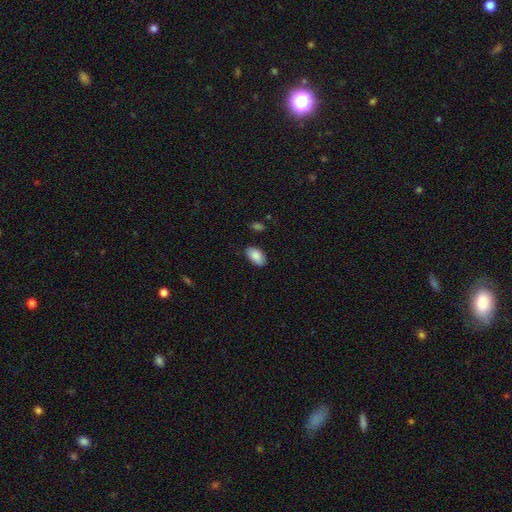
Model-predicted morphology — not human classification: Q: Smooth or featured?
A: smooth (87%); runner-up: star or artifact (6%)
Q: How rounded?
A: in between (95%); runner-up: round (3%)
Q: Merging?
A: none (83%); runner-up: minor disturbance (13%)